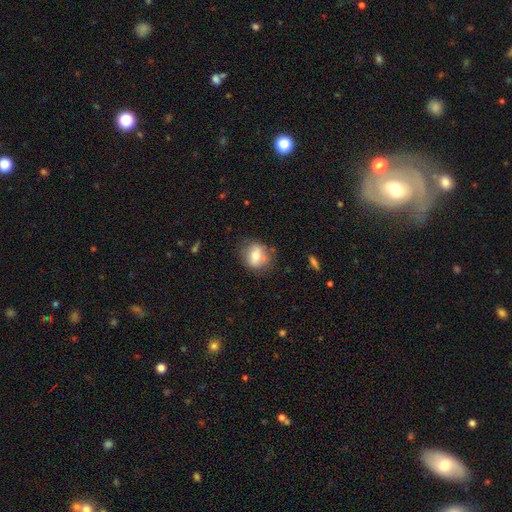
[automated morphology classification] Q: Smooth or featured?
A: smooth (66%); runner-up: featured or disk (26%)
Q: How rounded?
A: round (66%); runner-up: in between (32%)
Q: Merging?
A: none (74%); runner-up: minor disturbance (18%)